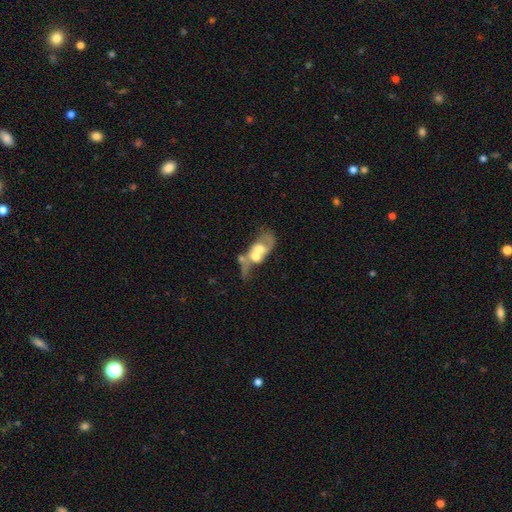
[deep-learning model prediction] The model was most divided on "spiral arms": no: 53%, yes: 47%. More confident: edge-on disk — no (91%); bar — no (76%); merging — merger (66%); smooth or featured — featured or disk (58%); bulge size — moderate (53%).